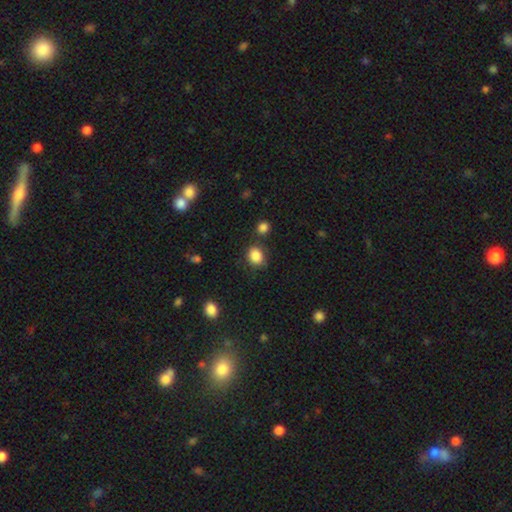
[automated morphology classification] type=smooth (86%); roundness=round (58%); merging=none (76%).